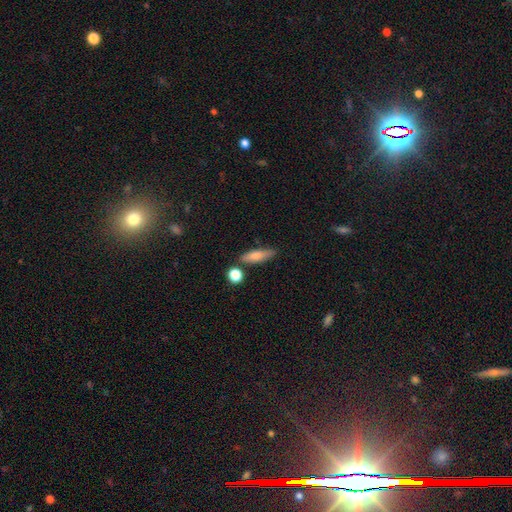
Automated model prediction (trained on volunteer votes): Morphology: type=smooth (75%); roundness=cigar-shaped (59%); merging=none (76%).